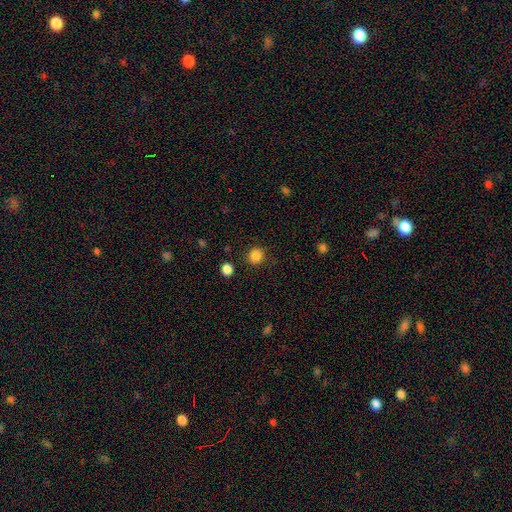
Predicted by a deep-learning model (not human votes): This is clearly a smooth galaxy (86%). How rounded: clearly round (90%). Merging: clearly none (89%).